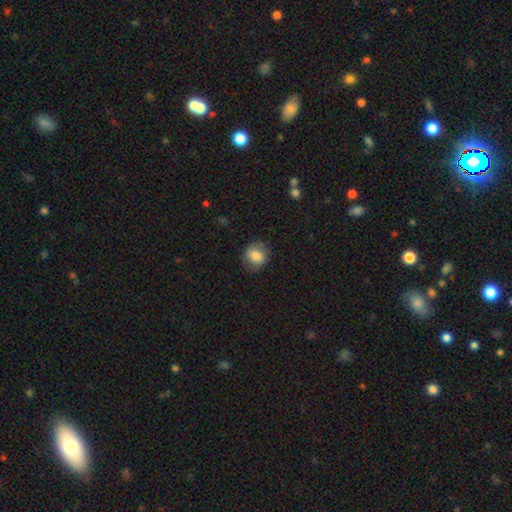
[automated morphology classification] Smooth or featured?
  - smooth: 76% *
  - featured or disk: 16%
  - star or artifact: 8%
How rounded?
  - round: 67% *
  - in between: 32%
  - cigar-shaped: 1%
Merging?
  - none: 76% *
  - minor disturbance: 17%
  - major disturbance: 6%
  - merger: 1%